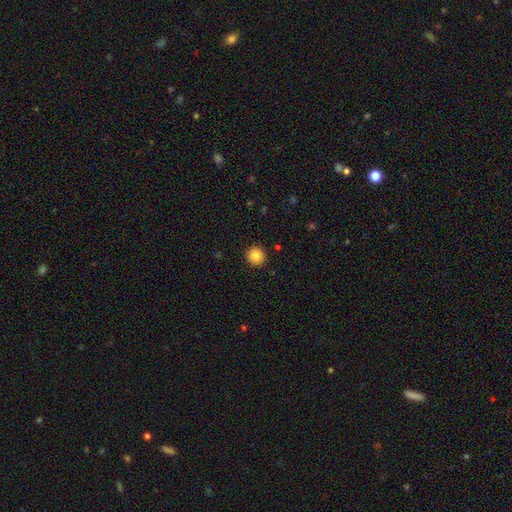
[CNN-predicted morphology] Smooth or featured? smooth (86%)
How rounded? round (93%)
Merging? none (92%)